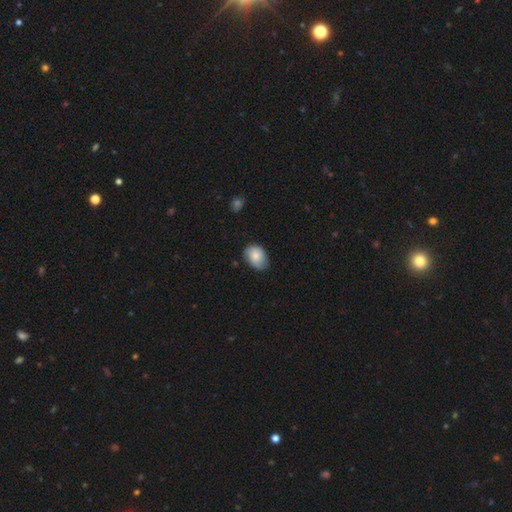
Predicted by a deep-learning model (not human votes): A smooth galaxy with no disk features (80%) that is in between round and cigar-shaped (73%). Merging: none (68%).